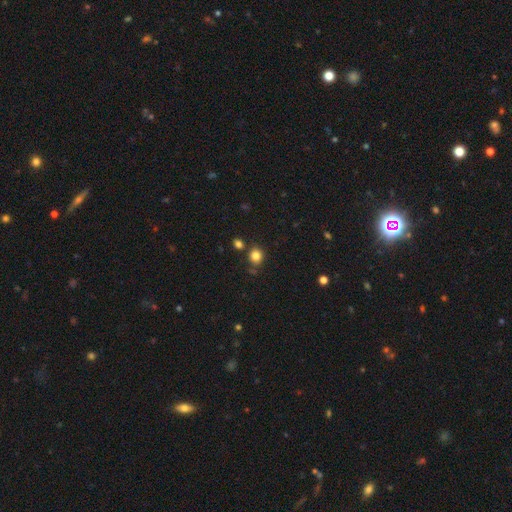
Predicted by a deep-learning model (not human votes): Smooth or featured? Predicted: smooth (p=0.82). How rounded? Predicted: round (p=0.76). Merging? Predicted: none (p=0.76).